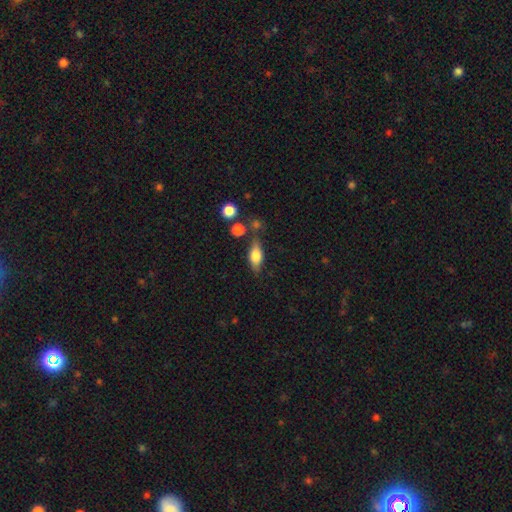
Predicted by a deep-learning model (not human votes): smooth-or-featured: smooth: 67% | featured or disk: 25% | star or artifact: 8%
  how-rounded: in between: 77% | cigar-shaped: 17% | round: 6%
  merging: none: 69% | minor disturbance: 18% | merger: 7% | major disturbance: 5%